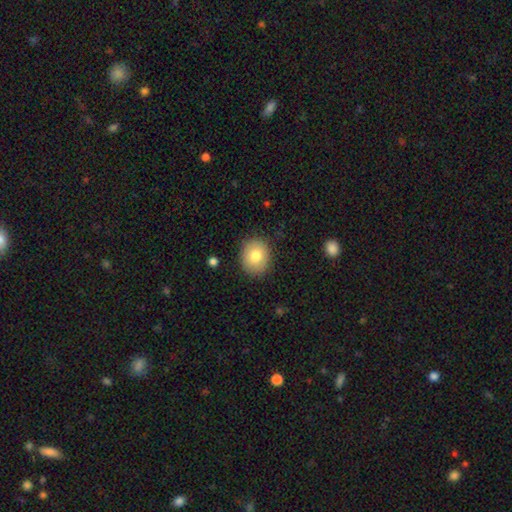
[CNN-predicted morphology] A smooth galaxy with no disk features (79%) that is round (67%). Merging: none (87%).